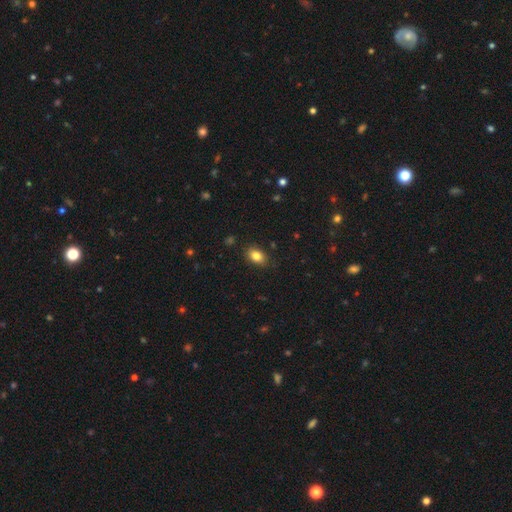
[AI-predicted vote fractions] Smooth or featured? Predicted: smooth (p=0.84). How rounded? Predicted: in between (p=0.82). Merging? Predicted: none (p=0.85).